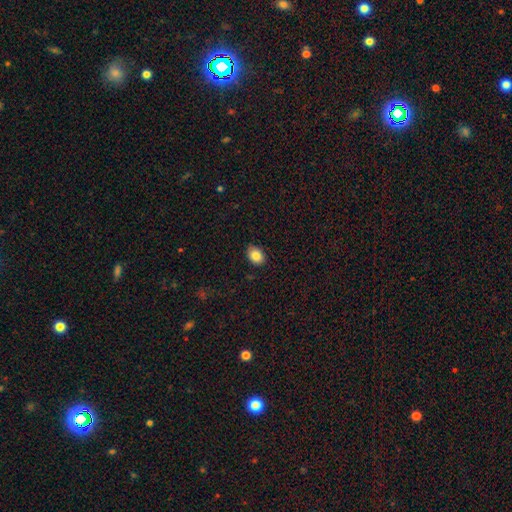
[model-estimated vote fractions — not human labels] Smooth or featured: smooth — 84% (star or artifact — 9%)
How rounded: in between — 74% (round — 25%)
Merging: none — 86% (minor disturbance — 11%)